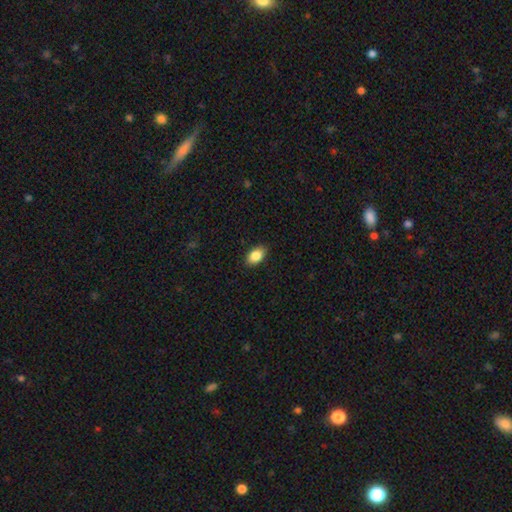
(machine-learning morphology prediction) smooth_or_featured: smooth (p=0.87) [alt: star or artifact p=0.07]
how_rounded: in between (p=0.90) [alt: round p=0.09]
merging: none (p=0.87) [alt: minor disturbance p=0.10]